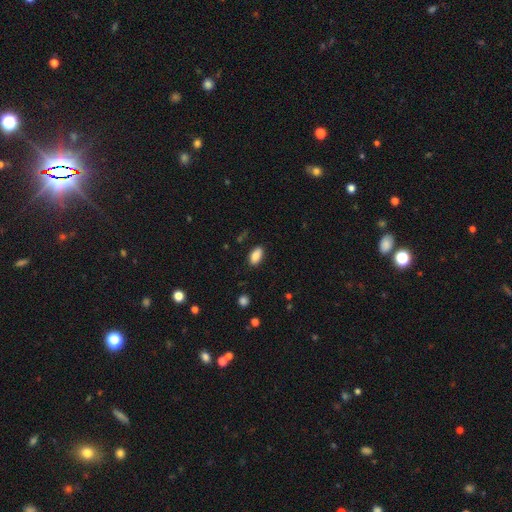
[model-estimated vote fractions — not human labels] This appears to be a smooth galaxy with no disk features (87%) that is in between round and cigar-shaped (92%). Merging: none (86%).